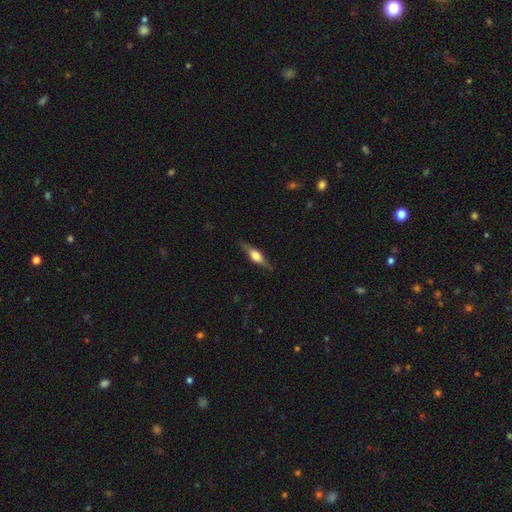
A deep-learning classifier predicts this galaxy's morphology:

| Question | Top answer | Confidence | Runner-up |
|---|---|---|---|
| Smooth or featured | featured or disk | 62% | smooth (31%) |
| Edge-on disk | yes | 95% | no (5%) |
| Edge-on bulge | rounded | 86% | boxy (12%) |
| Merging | none | 82% | minor disturbance (13%) |